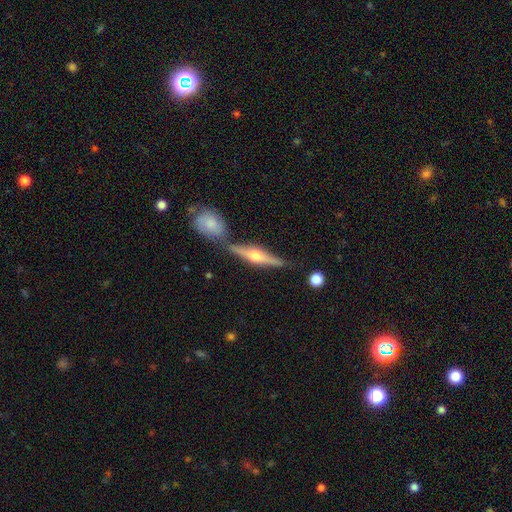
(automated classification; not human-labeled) This is likely a featured or disk galaxy (73%). It is clearly viewed edge-on (96%). Edge-on bulge: clearly rounded (94%). Merging: likely none (71%).